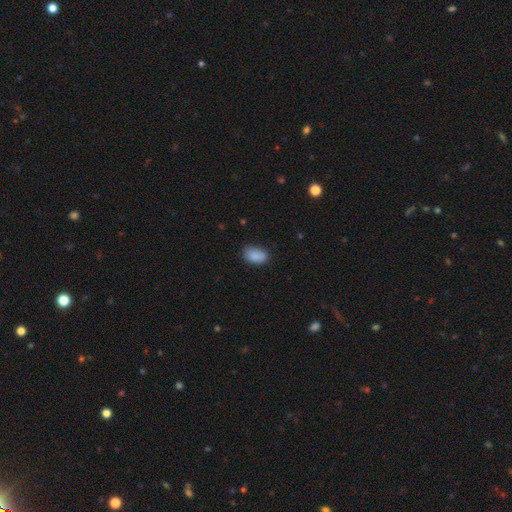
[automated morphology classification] smooth_or_featured: smooth (p=0.88) [alt: star or artifact p=0.08]
how_rounded: in between (p=0.90) [alt: round p=0.08]
merging: none (p=0.76) [alt: minor disturbance p=0.19]